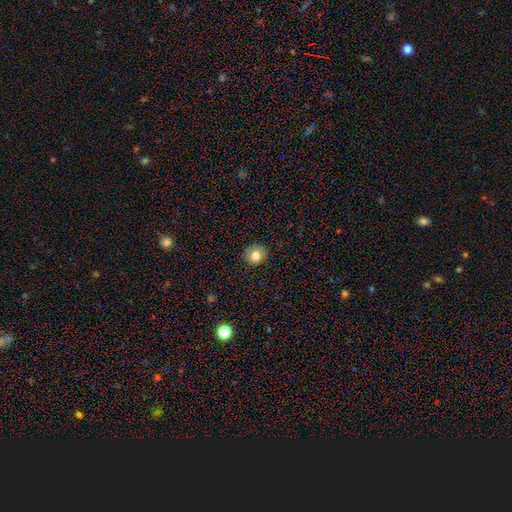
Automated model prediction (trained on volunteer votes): Smooth or featured? smooth (79%)
How rounded? round (83%)
Merging? none (88%)